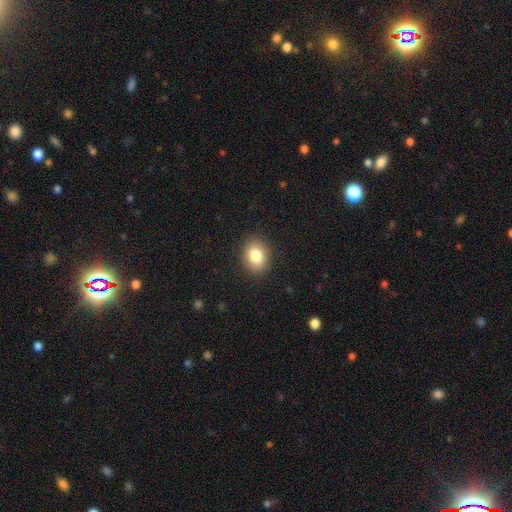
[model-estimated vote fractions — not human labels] Morphology: type=smooth (83%); roundness=in between (59%); merging=none (89%).